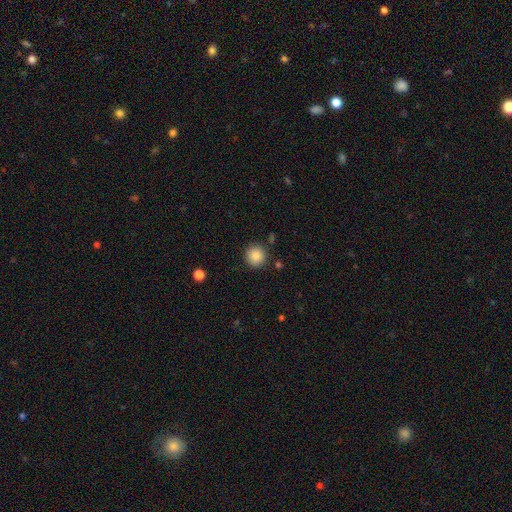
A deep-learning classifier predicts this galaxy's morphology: Overall: smooth (86%). How rounded: round (94%). Merging: none (89%).